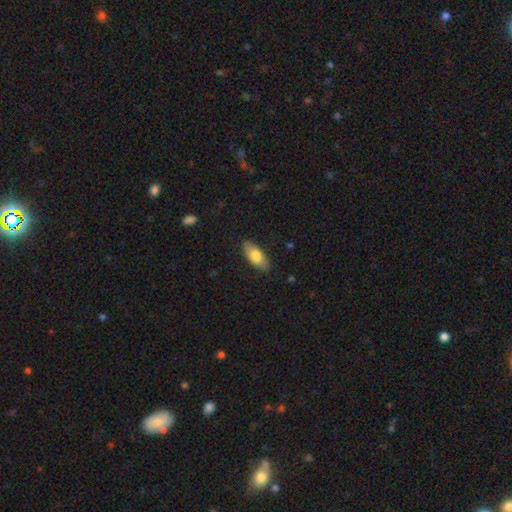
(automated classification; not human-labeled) This appears to be a smooth galaxy with no disk features (73%) that is in between round and cigar-shaped (85%). Merging: none (85%).